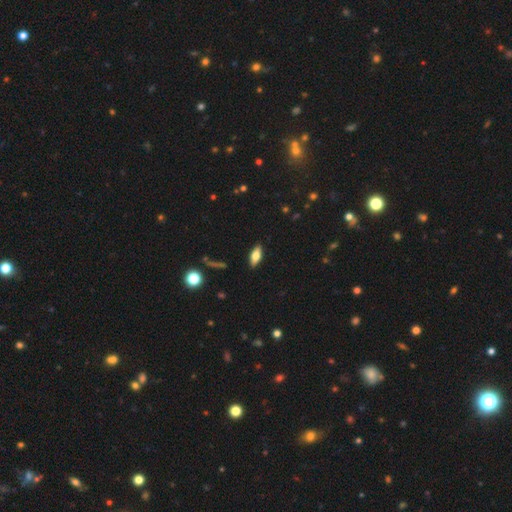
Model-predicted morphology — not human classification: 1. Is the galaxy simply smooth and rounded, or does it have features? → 65% smooth, 27% featured or disk, 8% star or artifact.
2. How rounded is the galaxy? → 78% in between, 19% cigar-shaped, 3% round.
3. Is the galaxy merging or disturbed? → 89% none, 8% minor disturbance, 2% major disturbance, 1% merger.